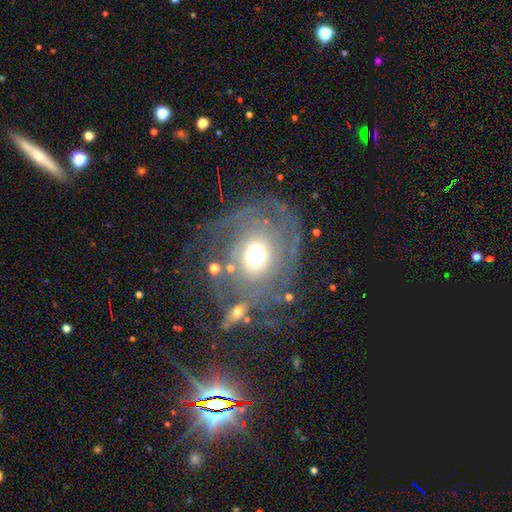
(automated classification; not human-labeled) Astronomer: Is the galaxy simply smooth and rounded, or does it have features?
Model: featured or disk — 70%.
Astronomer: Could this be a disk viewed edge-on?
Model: no — 96%.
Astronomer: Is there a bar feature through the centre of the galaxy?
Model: no — 80%.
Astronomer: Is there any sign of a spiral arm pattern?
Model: yes — 79%.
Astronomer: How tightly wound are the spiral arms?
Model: tight — 51% (runner-up: medium, 32%).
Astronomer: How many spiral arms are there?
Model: can't tell — 34% (runner-up: 2, 33%).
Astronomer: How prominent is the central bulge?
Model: moderate — 53% (runner-up: large, 34%).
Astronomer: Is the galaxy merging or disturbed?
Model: none — 52%.